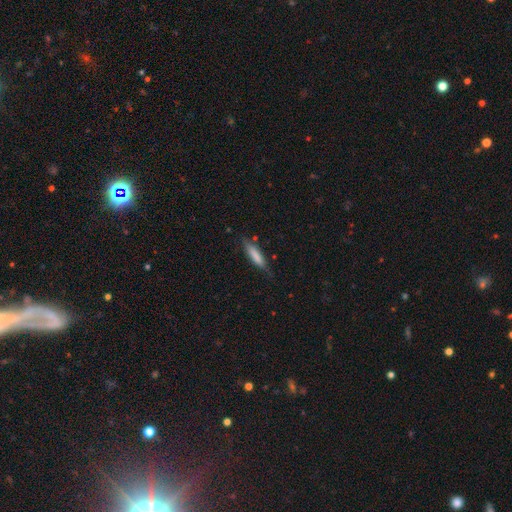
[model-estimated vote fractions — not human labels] This is likely a smooth galaxy (74%). How rounded: likely cigar-shaped (78%). Merging: likely none (73%).